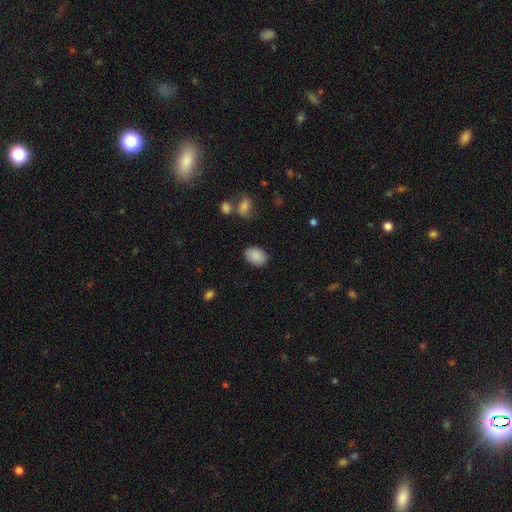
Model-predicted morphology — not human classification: A smooth galaxy with no disk features (88%) that is in between round and cigar-shaped (80%). Merging: none (84%).